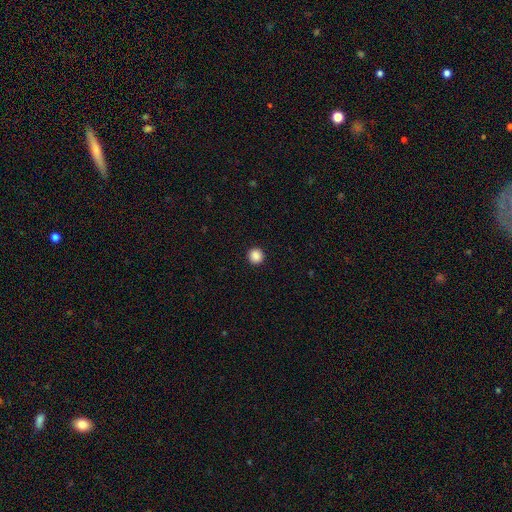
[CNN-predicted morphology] smooth-or-featured: smooth: 88% | star or artifact: 9% | featured or disk: 2%
  how-rounded: round: 95% | in between: 4% | cigar-shaped: 1%
  merging: none: 94% | minor disturbance: 4% | major disturbance: 2% | merger: 1%